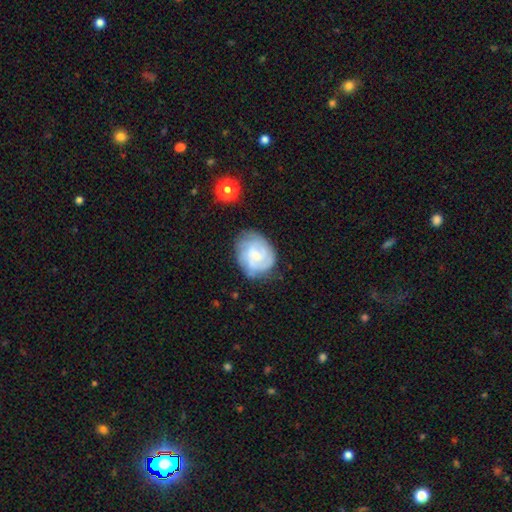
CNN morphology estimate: Q: Smooth or featured?
A: featured or disk (65%); runner-up: smooth (28%)
Q: Edge-on disk?
A: no (98%); runner-up: yes (2%)
Q: Bar?
A: no (63%); runner-up: weak (32%)
Q: Spiral arms?
A: yes (89%); runner-up: no (11%)
Q: Spiral winding?
A: tight (59%); runner-up: medium (31%)
Q: Spiral arm count?
A: can't tell (41%); runner-up: 3 (22%)
Q: Bulge size?
A: small (47%); runner-up: moderate (27%)
Q: Merging?
A: none (67%); runner-up: minor disturbance (22%)